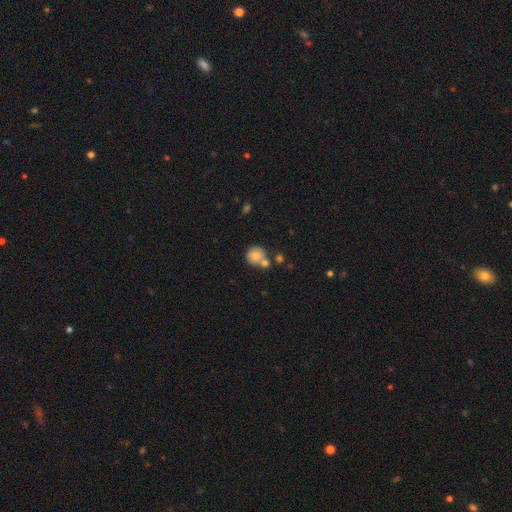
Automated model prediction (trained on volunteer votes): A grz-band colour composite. It shows a smooth galaxy with no disk features (78%) that is round (88%). Merging: none (51%).